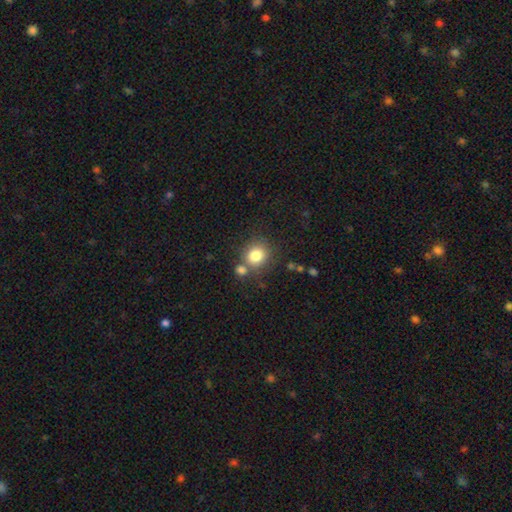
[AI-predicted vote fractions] Smooth or featured?
  - smooth: 81% *
  - star or artifact: 11%
  - featured or disk: 8%
How rounded?
  - round: 77% *
  - in between: 22%
  - cigar-shaped: 1%
Merging?
  - none: 65% *
  - merger: 20%
  - minor disturbance: 11%
  - major disturbance: 4%